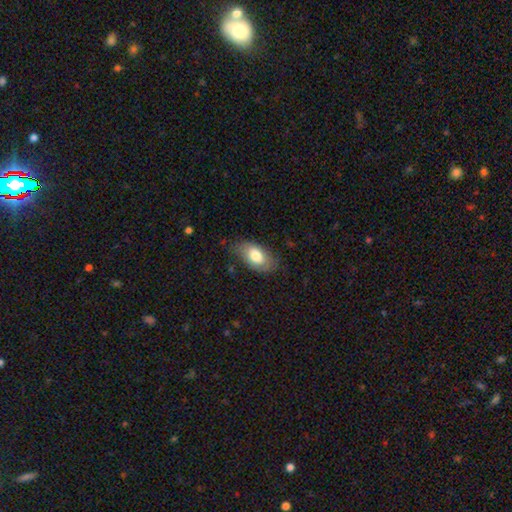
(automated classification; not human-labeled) smooth 77%, featured or disk 17%, star or artifact 6%. Down the decision tree: how rounded — in between (93%); merging — none (68%).